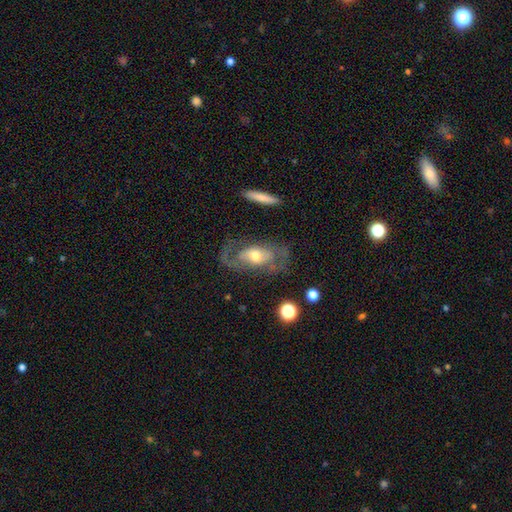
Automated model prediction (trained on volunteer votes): Morphology: type=featured or disk (73%); edge-on=no (91%); bar=no (63%); spiral arms=yes (79%); winding=medium (44%); arm count=2 (65%); bulge=moderate (63%); merging=none (57%).